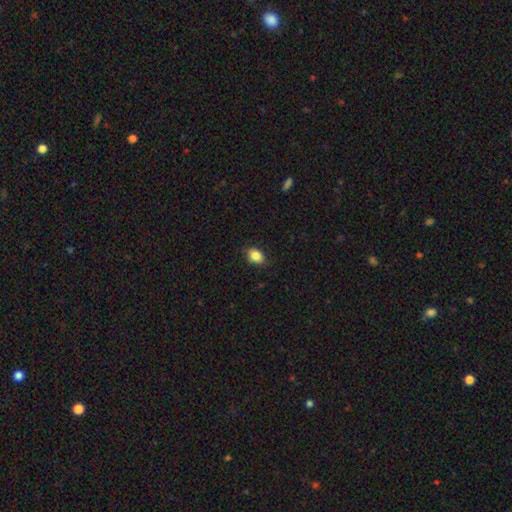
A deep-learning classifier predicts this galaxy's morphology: The model was most divided on "how rounded": in between: 74%, round: 25%, cigar-shaped: 1%. More confident: smooth or featured — smooth (85%); merging — none (83%).